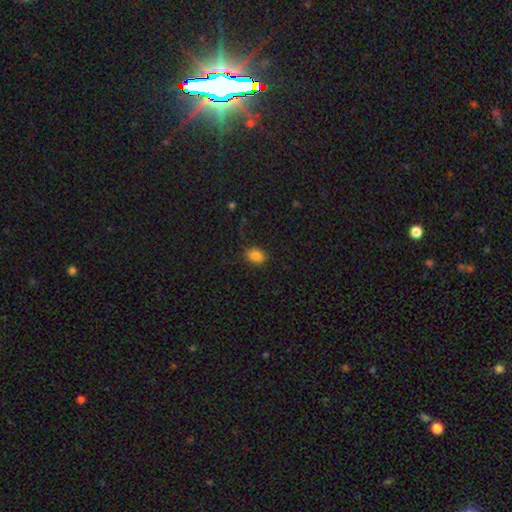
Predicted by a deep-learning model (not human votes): A smooth galaxy with no disk features (84%) that is in between round and cigar-shaped (65%).

Vote fractions:
- Smooth or featured? smooth: 84% / star or artifact: 11% / featured or disk: 5%
- How rounded? in between: 65% / round: 33% / cigar-shaped: 1%
- Merging? none: 84% / minor disturbance: 12% / major disturbance: 3% / merger: 1%